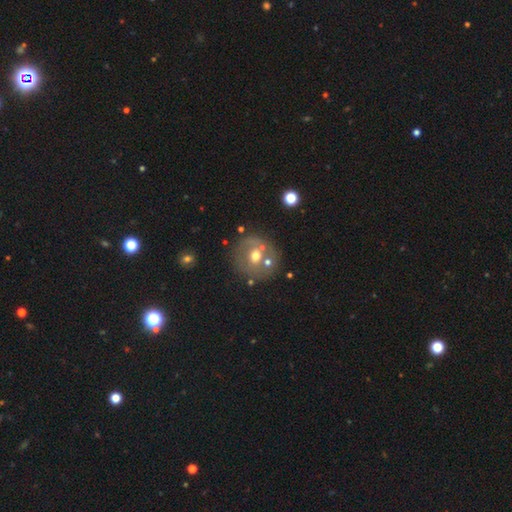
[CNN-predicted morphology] smooth-or-featured: smooth: 48% | featured or disk: 40% | star or artifact: 12%
  merging: none: 69% | minor disturbance: 13% | merger: 12% | major disturbance: 6%